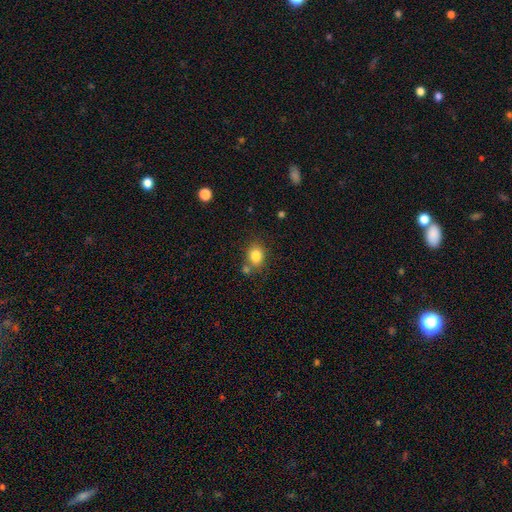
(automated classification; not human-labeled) smooth 82%, star or artifact 10%, featured or disk 7%. Down the decision tree: how rounded — round (57%); merging — none (68%).